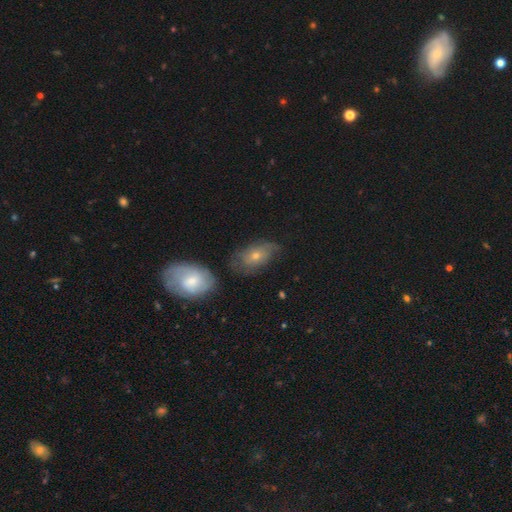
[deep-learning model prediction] Smooth or featured: smooth — 47% (featured or disk — 40%)
Merging: none — 57% (minor disturbance — 25%)